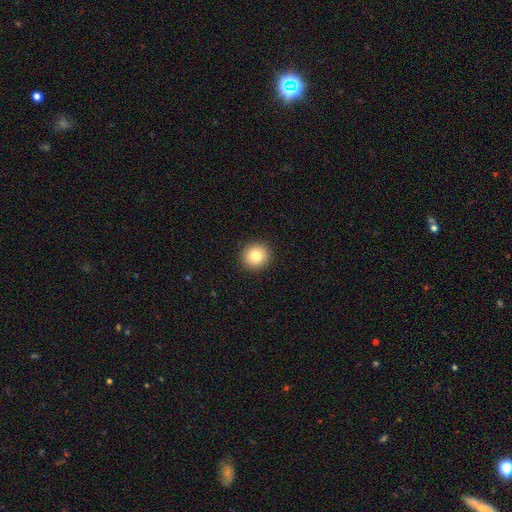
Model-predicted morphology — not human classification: This is clearly a smooth galaxy (80%). How rounded: clearly round (91%). Merging: clearly none (92%).